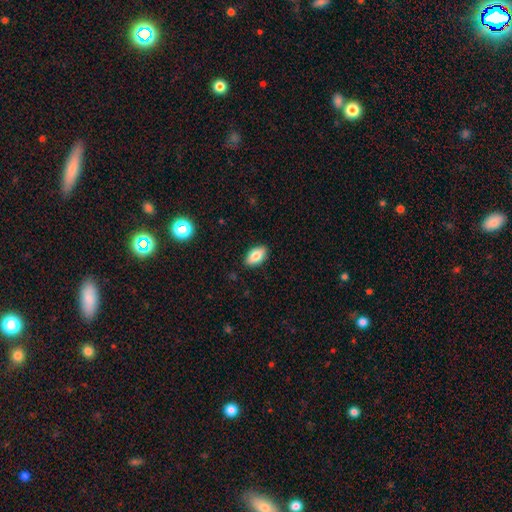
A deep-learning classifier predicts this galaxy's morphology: This appears to be a smooth galaxy with no disk features (81%) that is in between round and cigar-shaped (92%). Merging: none (88%).